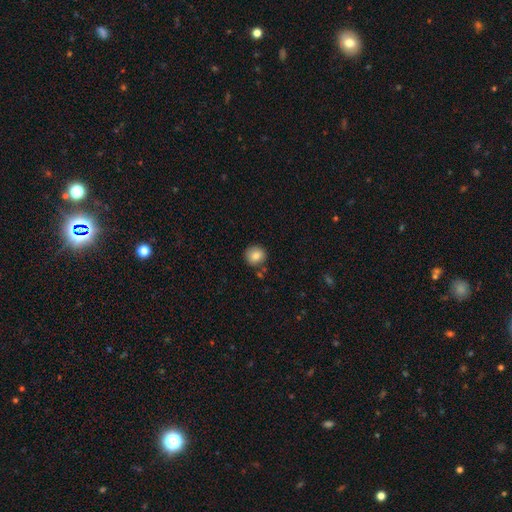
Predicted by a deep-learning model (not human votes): Smooth or featured?
  - smooth: 85% *
  - star or artifact: 9%
  - featured or disk: 6%
How rounded?
  - round: 87% *
  - in between: 12%
  - cigar-shaped: 1%
Merging?
  - none: 81% *
  - minor disturbance: 11%
  - merger: 5%
  - major disturbance: 3%